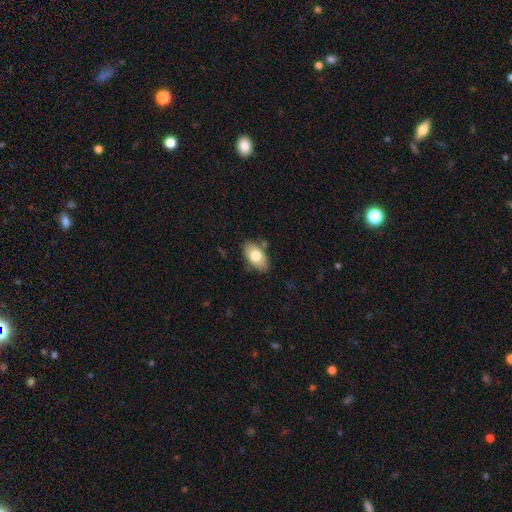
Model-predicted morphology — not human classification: Smooth or featured? Predicted: smooth (p=0.75). How rounded? Predicted: in between (p=0.93). Merging? Predicted: none (p=0.80).